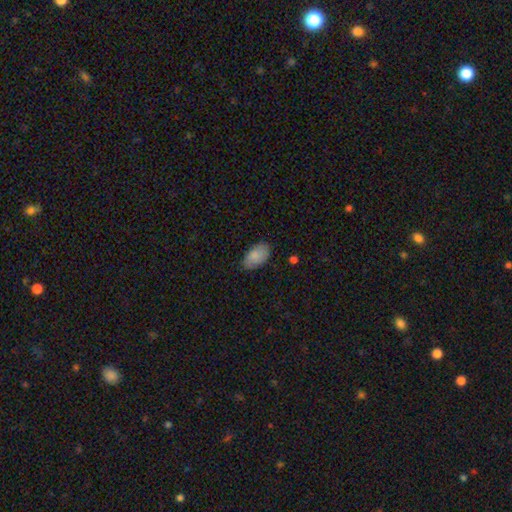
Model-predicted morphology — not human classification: smooth 84%, featured or disk 9%, star or artifact 7%. Down the decision tree: how rounded — in between (94%); merging — none (82%).